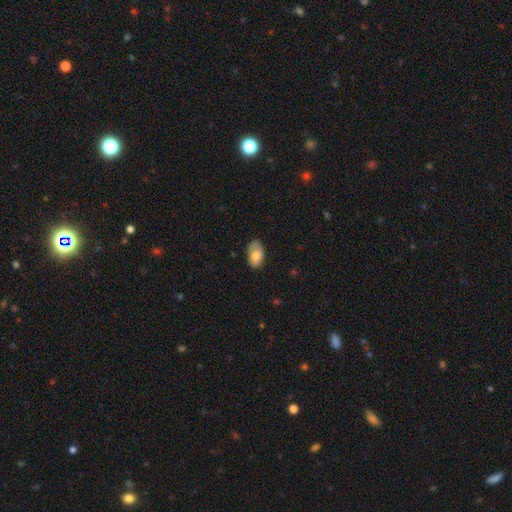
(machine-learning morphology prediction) smooth 67%, featured or disk 27%, star or artifact 7%. Down the decision tree: how rounded — in between (91%); merging — none (67%).